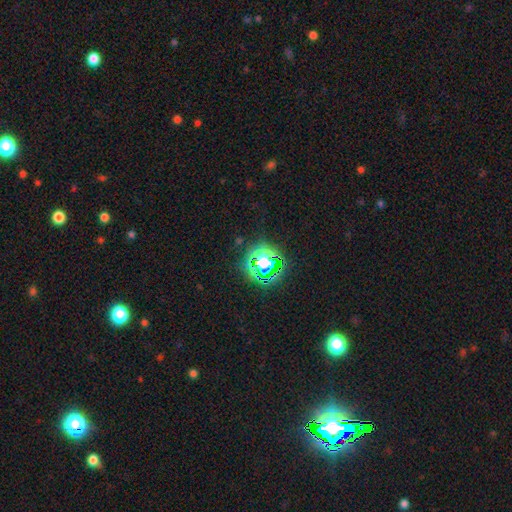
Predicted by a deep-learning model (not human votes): The model was most divided on "smooth or featured": star or artifact: 74%, smooth: 18%, featured or disk: 8%.